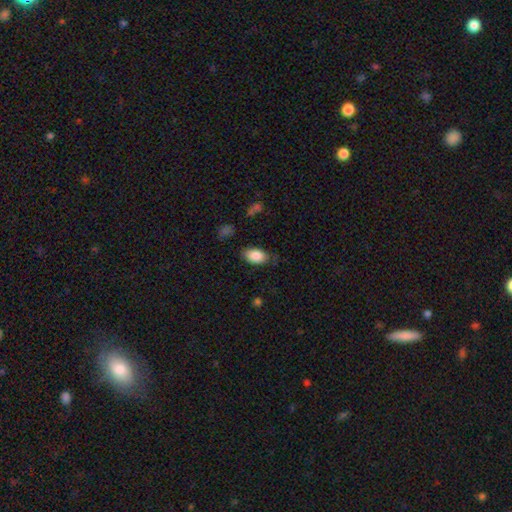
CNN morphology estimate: This appears to be a smooth galaxy with no disk features (87%) that is in between round and cigar-shaped (92%). Merging: none (76%).